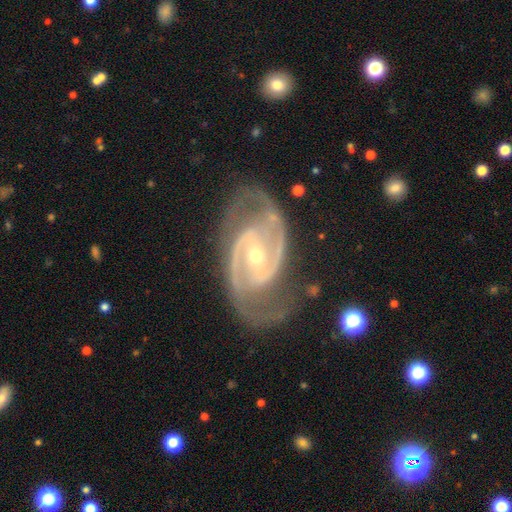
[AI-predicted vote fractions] Smooth or featured: featured or disk — 93% (star or artifact — 4%)
Edge-on disk: no — 97% (yes — 3%)
Bar: weak — 37% (no — 34%)
Spiral arms: yes — 98% (no — 2%)
Spiral winding: medium — 56% (tight — 35%)
Spiral arm count: 2 — 90% (3 — 4%)
Bulge size: small — 60% (moderate — 37%)
Merging: none — 73% (minor disturbance — 18%)